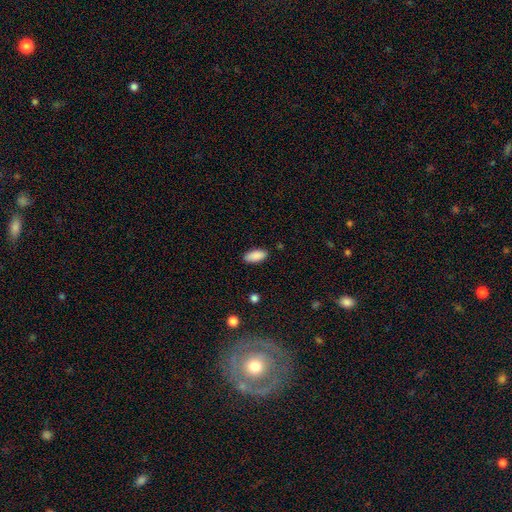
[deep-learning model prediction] This appears to be a smooth galaxy with no disk features (90%) that is in between round and cigar-shaped (89%). Merging: none (87%).